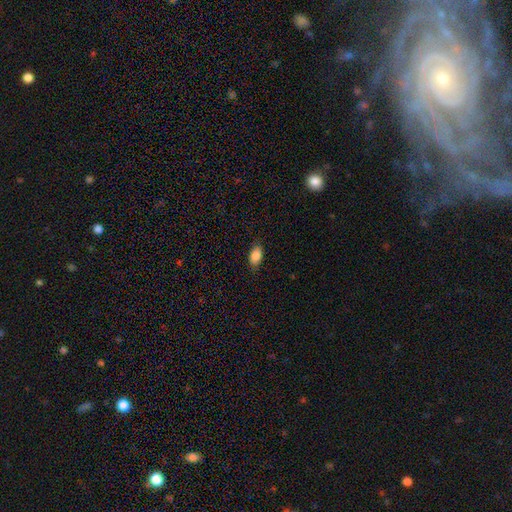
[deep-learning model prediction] smooth-or-featured: smooth: 87% | star or artifact: 8% | featured or disk: 5%
  how-rounded: in between: 91% | round: 6% | cigar-shaped: 3%
  merging: none: 82% | minor disturbance: 14% | major disturbance: 3% | merger: 1%